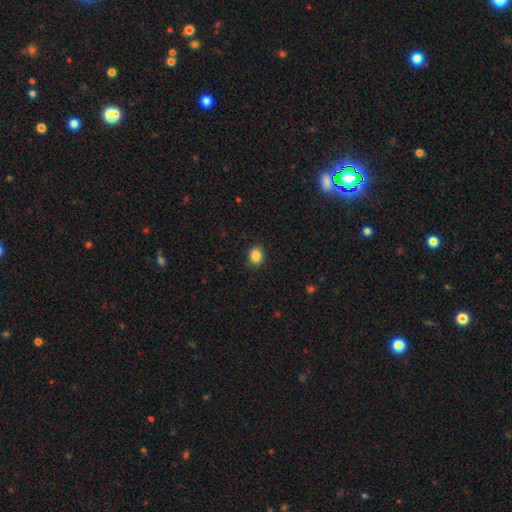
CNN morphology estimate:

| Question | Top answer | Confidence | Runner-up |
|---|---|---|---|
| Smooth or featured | smooth | 86% | star or artifact (10%) |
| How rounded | round | 70% | in between (29%) |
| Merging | none | 89% | minor disturbance (8%) |